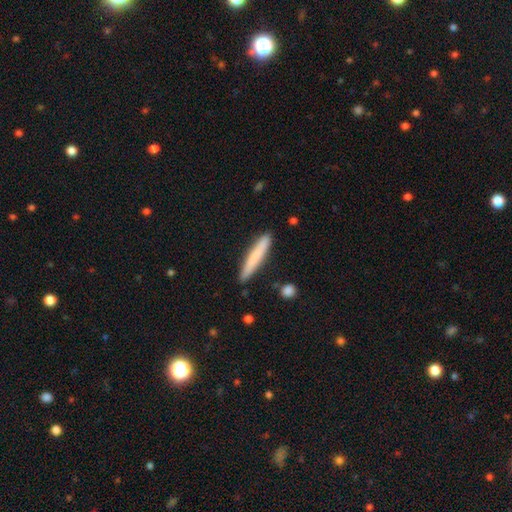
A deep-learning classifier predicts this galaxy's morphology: Smooth or featured?
  - smooth: 74% *
  - featured or disk: 20%
  - star or artifact: 6%
How rounded?
  - cigar-shaped: 94% *
  - in between: 5%
  - round: 1%
Merging?
  - none: 88% *
  - minor disturbance: 9%
  - merger: 2%
  - major disturbance: 2%